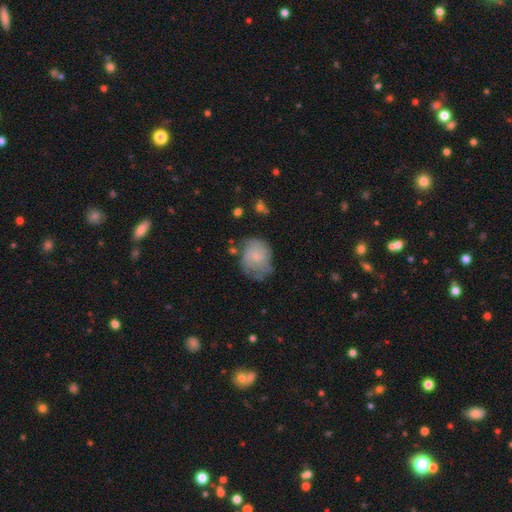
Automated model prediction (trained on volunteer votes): Q: Smooth or featured?
A: featured or disk (54%); runner-up: smooth (38%)
Q: Edge-on disk?
A: no (98%); runner-up: yes (2%)
Q: Bar?
A: no (65%); runner-up: weak (31%)
Q: Spiral arms?
A: yes (83%); runner-up: no (17%)
Q: Bulge size?
A: small (61%); runner-up: moderate (21%)
Q: Merging?
A: none (56%); runner-up: minor disturbance (28%)